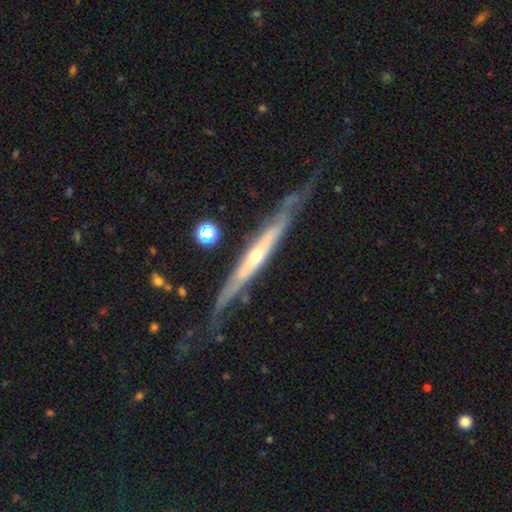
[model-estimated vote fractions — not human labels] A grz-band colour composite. It shows a featured or disk galaxy (83%) viewed edge-on (79%) with a rounded central bulge (62%). Merging: none (63%).